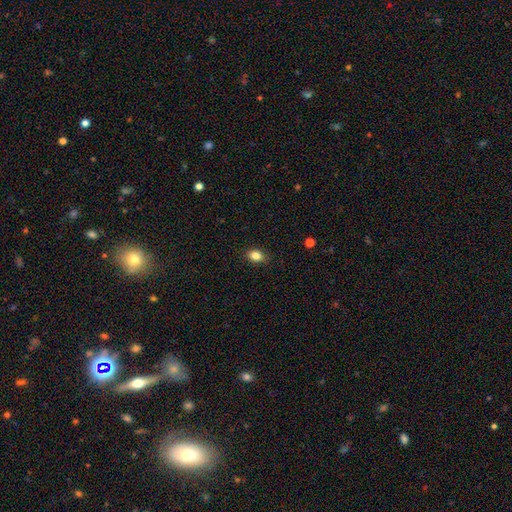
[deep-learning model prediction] This appears to be a smooth galaxy with no disk features (84%) that is in between round and cigar-shaped (70%). Merging: none (87%).